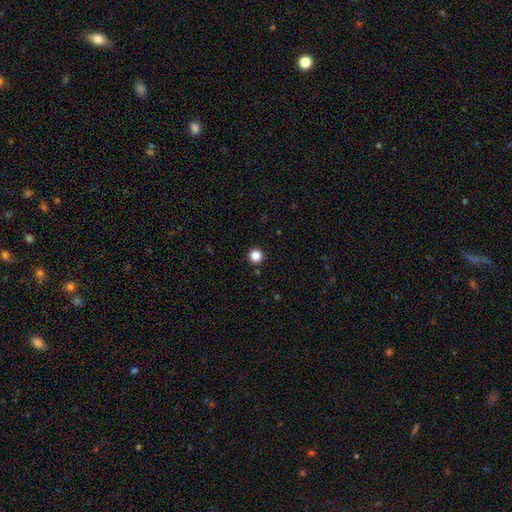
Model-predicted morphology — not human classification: A smooth galaxy with no disk features (85%) that is round (96%). Merging: none (93%).